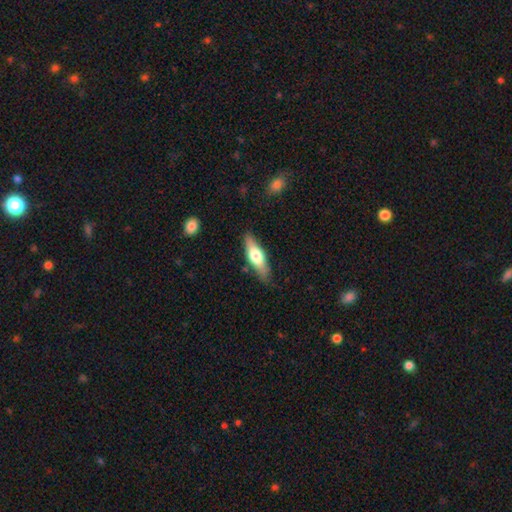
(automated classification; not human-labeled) Smooth or featured? Predicted: smooth (p=0.56). How rounded? Predicted: cigar-shaped (p=0.53). Merging? Predicted: none (p=0.81).